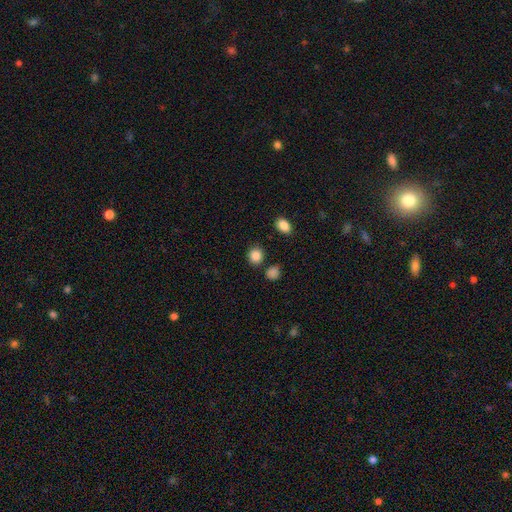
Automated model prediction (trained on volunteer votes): smooth 87%, star or artifact 10%, featured or disk 3%. Down the decision tree: how rounded — round (82%); merging — none (84%).